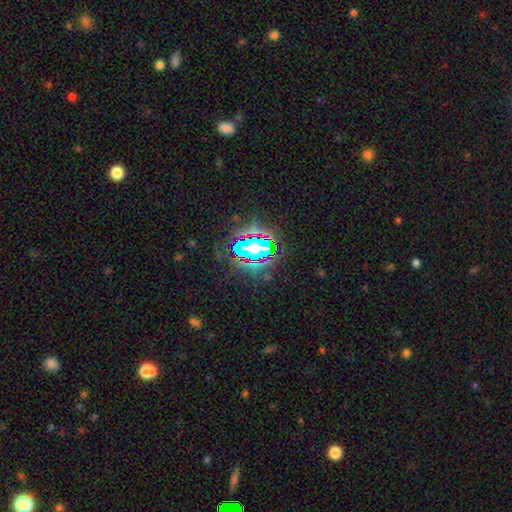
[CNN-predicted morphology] This appears to be a star or artifact, not a galaxy (80%).